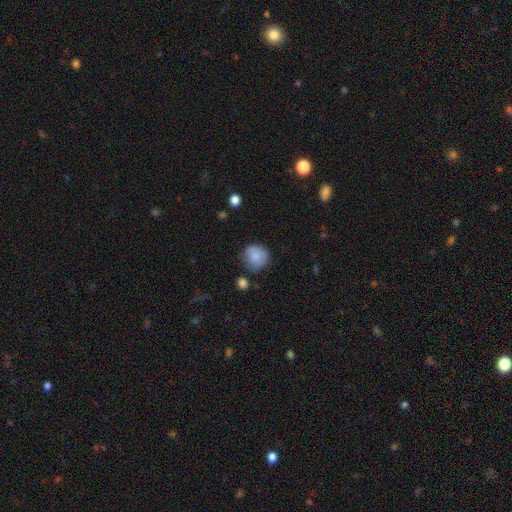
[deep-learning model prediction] The model was most divided on "merging": none: 72%, minor disturbance: 20%, major disturbance: 5%, merger: 4%. More confident: how rounded — round (87%); smooth or featured — smooth (85%).